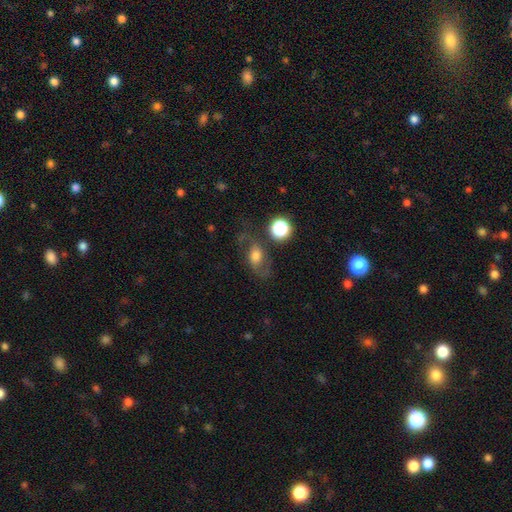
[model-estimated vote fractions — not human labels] smooth_or_featured: featured or disk (p=0.45) [alt: smooth p=0.42]
merging: none (p=0.50) [alt: major disturbance p=0.23]